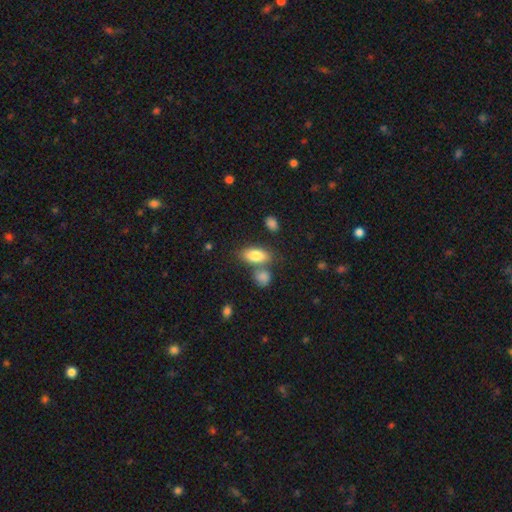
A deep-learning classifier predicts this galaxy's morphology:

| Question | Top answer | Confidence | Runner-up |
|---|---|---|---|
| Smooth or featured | smooth | 83% | featured or disk (10%) |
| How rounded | in between | 87% | cigar-shaped (8%) |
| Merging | none | 60% | merger (23%) |